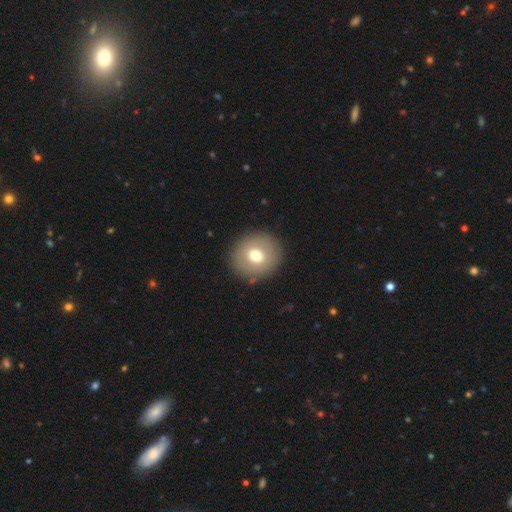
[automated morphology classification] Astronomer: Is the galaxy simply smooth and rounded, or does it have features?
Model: smooth — 68%.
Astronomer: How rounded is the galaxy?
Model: round — 87%.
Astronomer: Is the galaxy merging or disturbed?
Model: none — 88%.